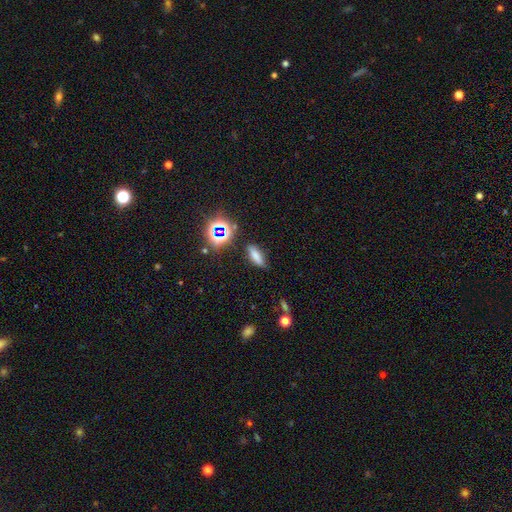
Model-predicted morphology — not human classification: Smooth or featured?
  - smooth: 67% *
  - star or artifact: 20%
  - featured or disk: 13%
How rounded?
  - cigar-shaped: 49% *
  - in between: 46%
  - round: 5%
Merging?
  - none: 80% *
  - minor disturbance: 13%
  - major disturbance: 4%
  - merger: 3%